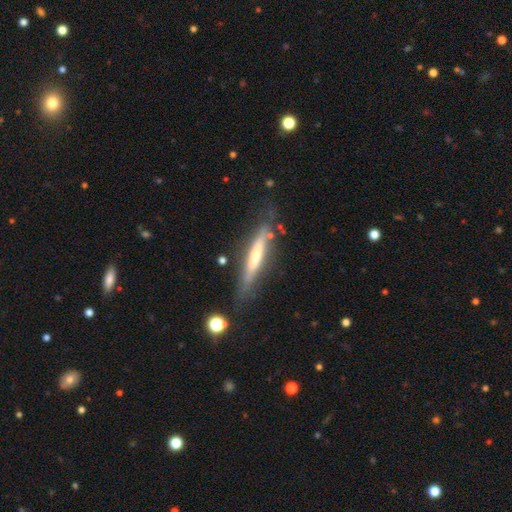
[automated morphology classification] This appears to be a featured or disk galaxy (62%) viewed edge-on (85%) with a rounded central bulge (44%). Merging: none (72%).